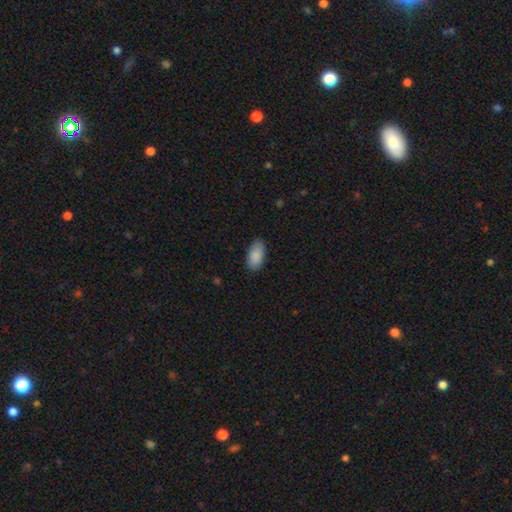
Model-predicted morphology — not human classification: Overall: smooth (89%). How rounded: in between (94%). Merging: none (84%).